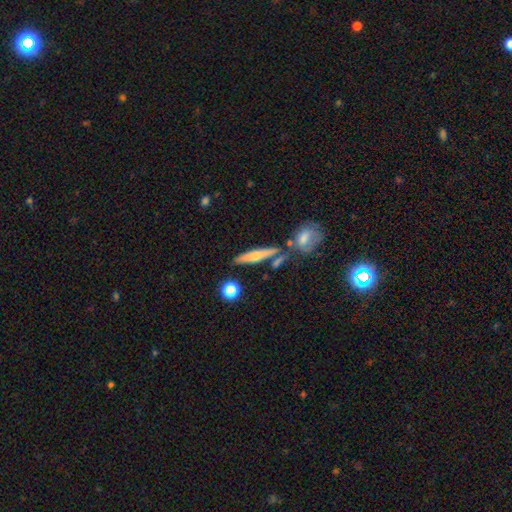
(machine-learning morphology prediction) Smooth or featured?
  - smooth: 51% *
  - featured or disk: 42%
  - star or artifact: 7%
How rounded?
  - cigar-shaped: 79% *
  - in between: 17%
  - round: 4%
Merging?
  - none: 68% *
  - merger: 15%
  - minor disturbance: 13%
  - major disturbance: 4%